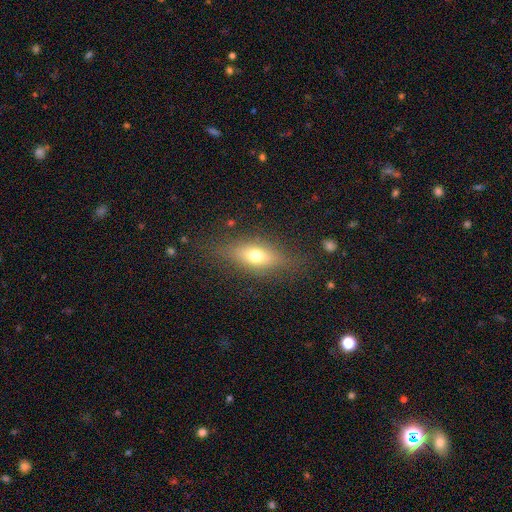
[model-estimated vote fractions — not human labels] The model was most divided on "smooth or featured": smooth: 61%, featured or disk: 28%, star or artifact: 10%. More confident: merging — none (76%); how rounded — in between (69%).